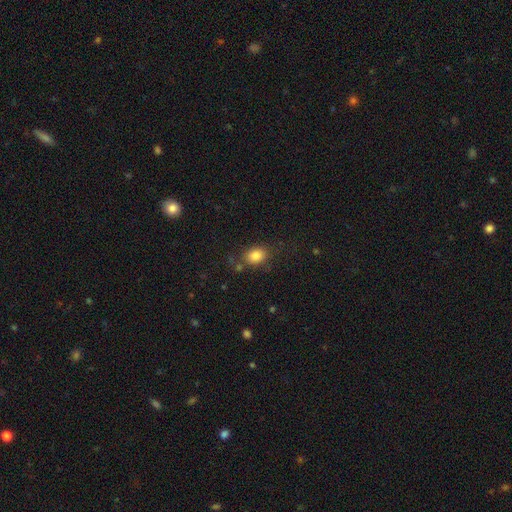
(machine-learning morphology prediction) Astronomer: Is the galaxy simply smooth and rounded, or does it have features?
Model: smooth — 84%.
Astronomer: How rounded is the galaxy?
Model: in between — 72%.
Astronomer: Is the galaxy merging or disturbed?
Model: none — 73%.